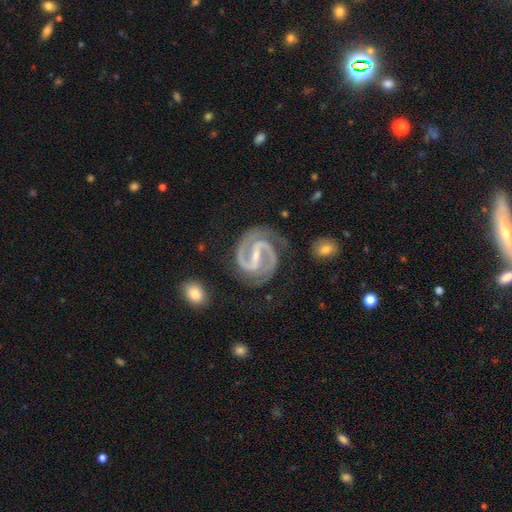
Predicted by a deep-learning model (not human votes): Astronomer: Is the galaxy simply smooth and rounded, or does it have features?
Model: featured or disk — 94%.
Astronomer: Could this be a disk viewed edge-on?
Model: no — 98%.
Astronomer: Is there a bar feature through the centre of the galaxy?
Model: strong — 70%.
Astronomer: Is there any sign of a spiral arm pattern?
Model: yes — 98%.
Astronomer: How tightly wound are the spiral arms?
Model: medium — 54% (runner-up: tight, 37%).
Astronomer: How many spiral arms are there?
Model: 2 — 94%.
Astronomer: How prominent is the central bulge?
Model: small — 72%.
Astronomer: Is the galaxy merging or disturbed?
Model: none — 80%.